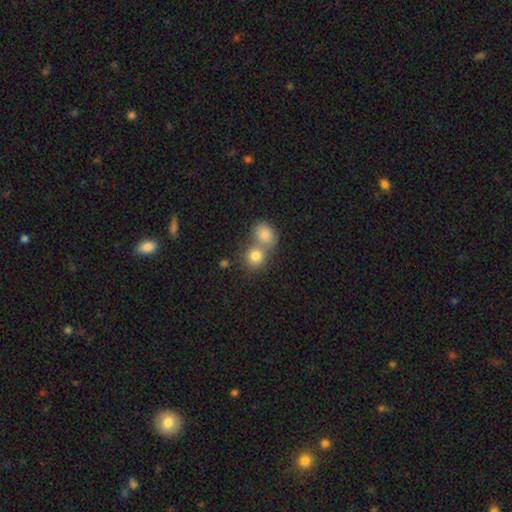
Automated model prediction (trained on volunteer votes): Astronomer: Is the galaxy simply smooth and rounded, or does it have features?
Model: smooth — 81%.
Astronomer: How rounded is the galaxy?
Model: round — 80%.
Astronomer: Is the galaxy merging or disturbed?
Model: merger — 50% (runner-up: none, 41%).